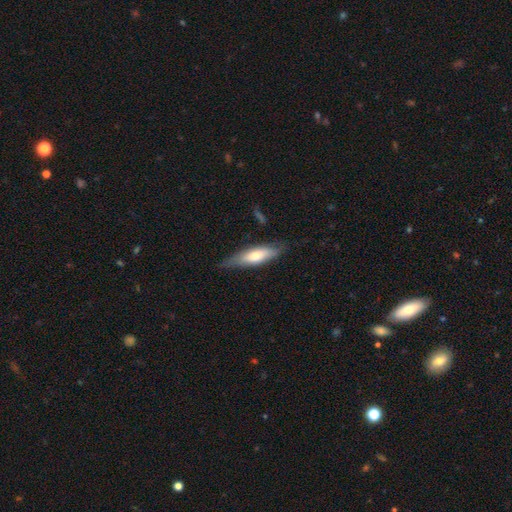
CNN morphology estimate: smooth_or_featured: smooth (p=0.58) [alt: featured or disk p=0.36]
how_rounded: cigar-shaped (p=0.56) [alt: in between p=0.42]
merging: none (p=0.71) [alt: minor disturbance p=0.23]